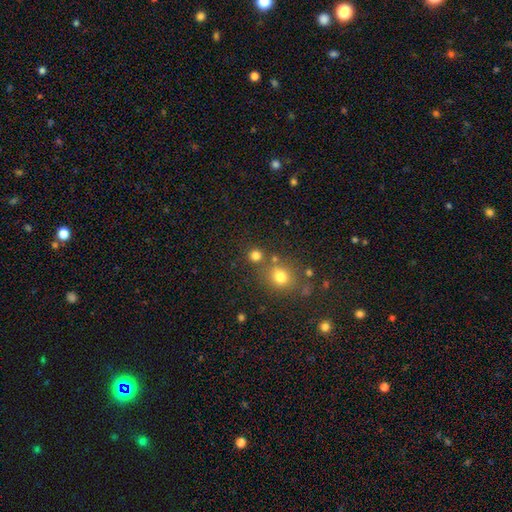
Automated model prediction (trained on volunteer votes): Q: Smooth or featured?
A: smooth (77%); runner-up: star or artifact (17%)
Q: How rounded?
A: round (90%); runner-up: in between (9%)
Q: Merging?
A: none (74%); runner-up: merger (15%)